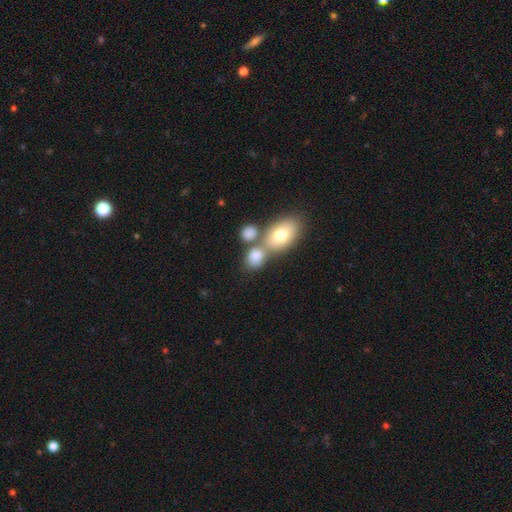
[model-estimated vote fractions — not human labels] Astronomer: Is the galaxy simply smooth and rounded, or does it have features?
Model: smooth — 77%.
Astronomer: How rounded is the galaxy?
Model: in between — 63%.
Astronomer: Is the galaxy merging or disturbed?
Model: none — 42% (runner-up: merger, 41%).